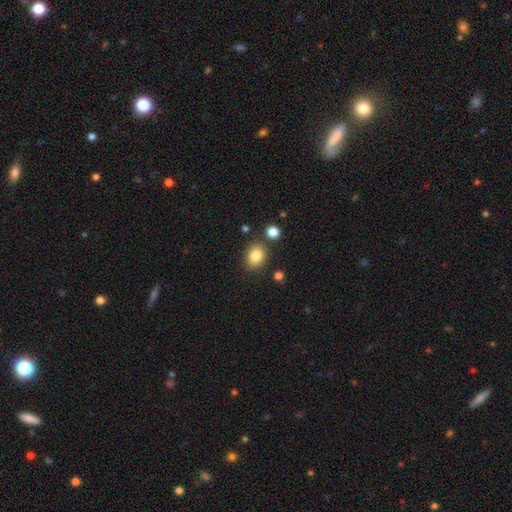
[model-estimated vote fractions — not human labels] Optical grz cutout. It shows a smooth galaxy with no disk features (83%) that is in between round and cigar-shaped (50%). Merging: none (81%).